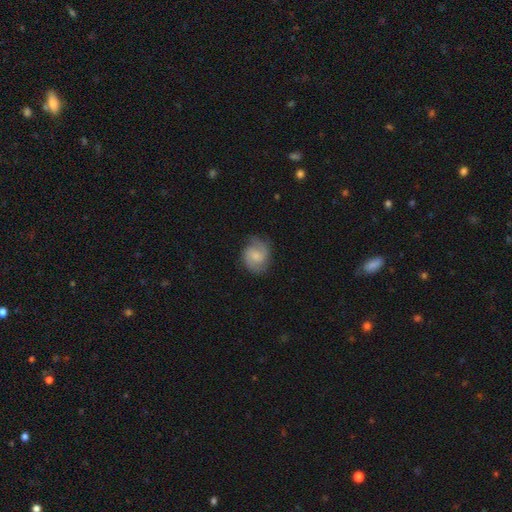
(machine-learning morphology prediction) This appears to be a featured or disk galaxy (66%) with no bar (53%), 2 (87%) medium (51%) spiral arms (94%) and a small central bulge (47%). Merging: none (77%).